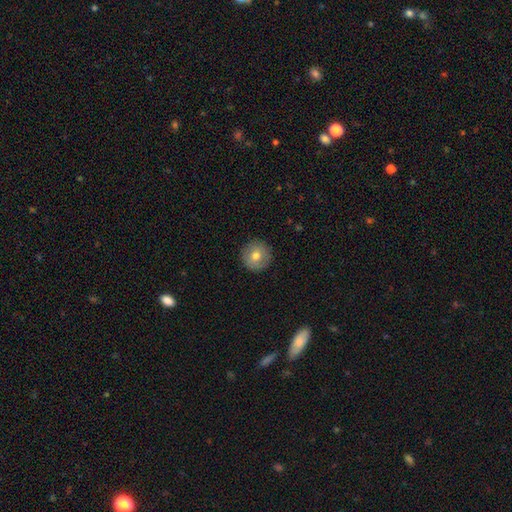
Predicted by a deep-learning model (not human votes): Smooth or featured? Predicted: smooth (p=0.74). How rounded? Predicted: round (p=0.96). Merging? Predicted: none (p=0.91).